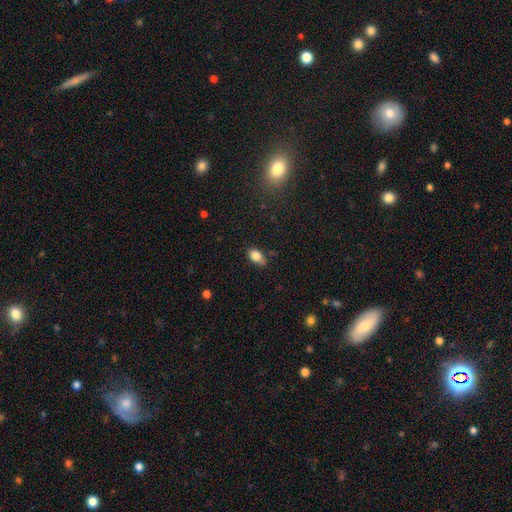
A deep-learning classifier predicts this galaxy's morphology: type=smooth (81%); roundness=in between (82%); merging=none (61%).